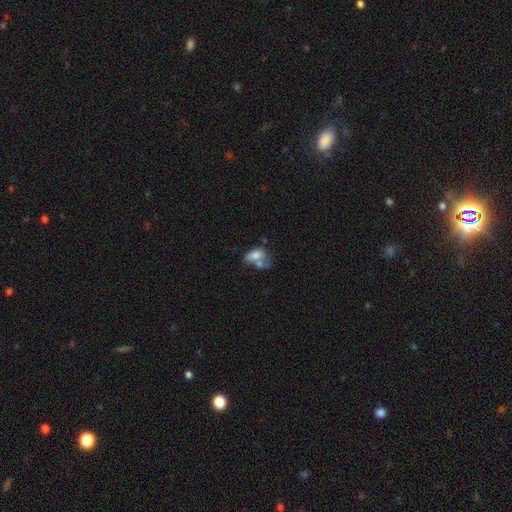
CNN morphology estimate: smooth-or-featured: smooth: 68% | featured or disk: 22% | star or artifact: 9%
  how-rounded: in between: 85% | round: 12% | cigar-shaped: 3%
  merging: merger: 49% | none: 21% | major disturbance: 15% | minor disturbance: 15%